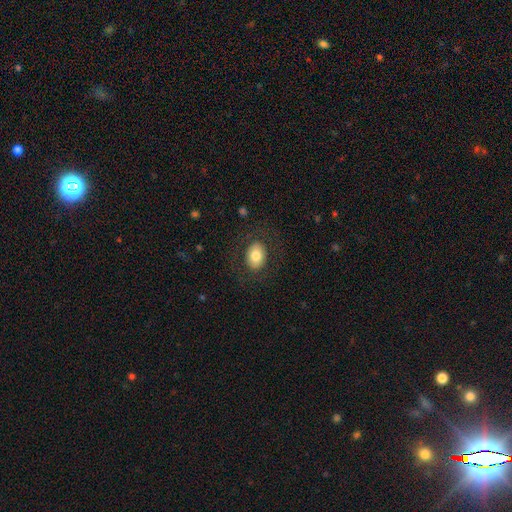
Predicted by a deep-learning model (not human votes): smooth_or_featured: smooth (p=0.76) [alt: featured or disk p=0.16]
how_rounded: in between (p=0.70) [alt: round p=0.29]
merging: none (p=0.83) [alt: minor disturbance p=0.10]